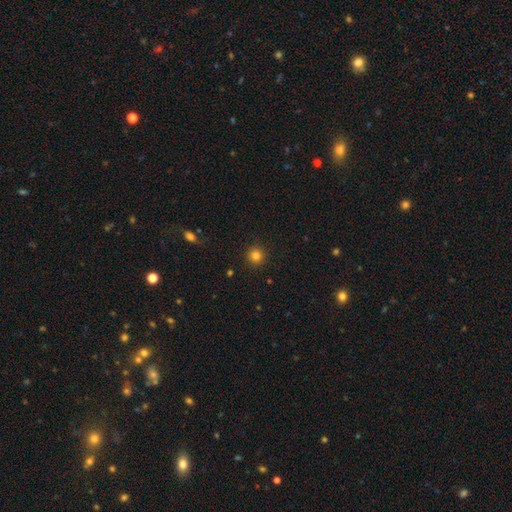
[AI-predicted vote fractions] smooth 82%, star or artifact 13%, featured or disk 5%. Down the decision tree: how rounded — round (95%); merging — none (92%).